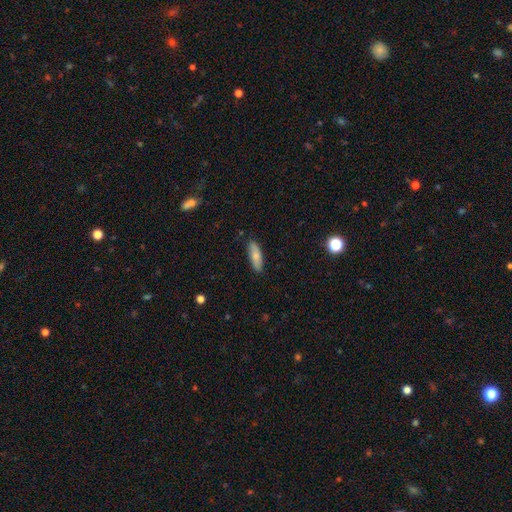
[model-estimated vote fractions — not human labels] Smooth or featured? smooth (79%)
How rounded? in between (52%)
Merging? none (86%)